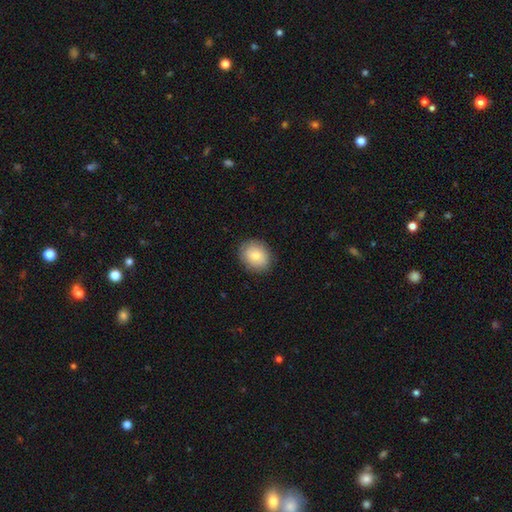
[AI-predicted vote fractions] smooth 82%, featured or disk 11%, star or artifact 7%. Down the decision tree: how rounded — round (57%); merging — none (86%).